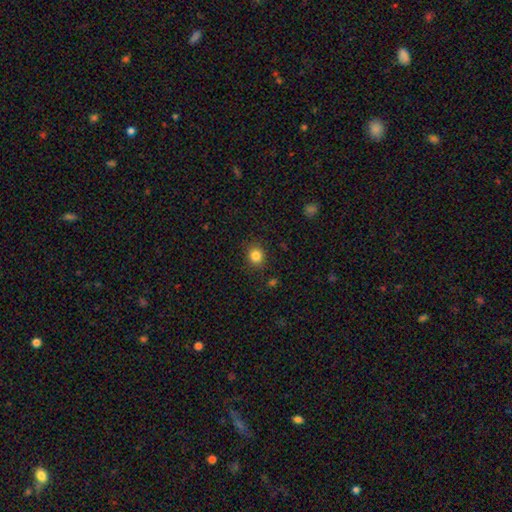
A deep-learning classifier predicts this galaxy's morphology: Q: Smooth or featured?
A: smooth (84%); runner-up: star or artifact (11%)
Q: How rounded?
A: round (75%); runner-up: in between (25%)
Q: Merging?
A: none (87%); runner-up: minor disturbance (9%)